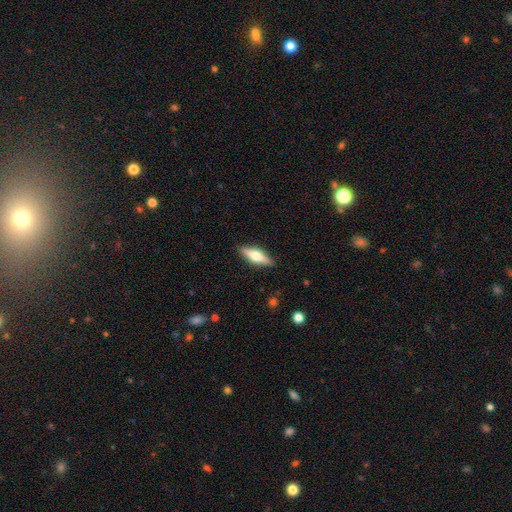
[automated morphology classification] smooth-or-featured: featured or disk: 52% | smooth: 42% | star or artifact: 6%
  disk-edge-on: yes: 94% | no: 6%
  merging: none: 88% | minor disturbance: 9% | major disturbance: 2% | merger: 1%